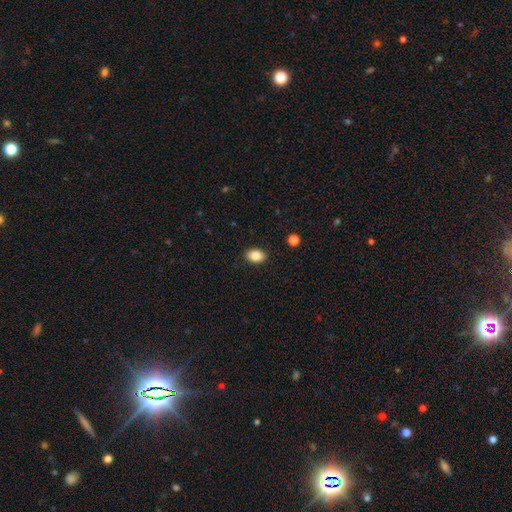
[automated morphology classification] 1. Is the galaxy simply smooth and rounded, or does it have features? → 85% smooth, 8% star or artifact, 6% featured or disk.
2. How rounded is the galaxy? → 81% in between, 18% round, 1% cigar-shaped.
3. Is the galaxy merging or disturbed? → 89% none, 8% minor disturbance, 2% major disturbance, 1% merger.